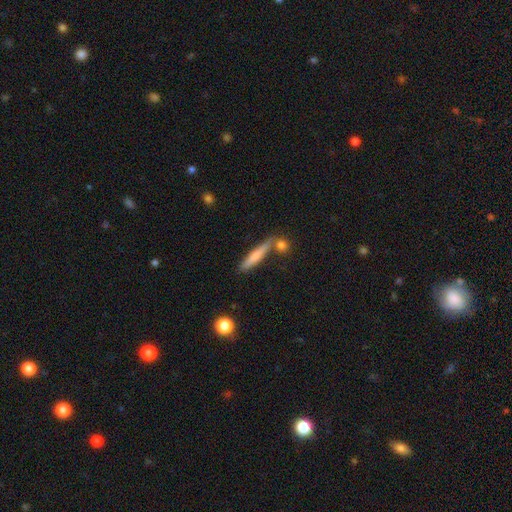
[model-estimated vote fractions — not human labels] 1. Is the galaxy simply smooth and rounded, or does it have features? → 68% smooth, 25% featured or disk, 6% star or artifact.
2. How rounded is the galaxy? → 89% cigar-shaped, 9% in between, 2% round.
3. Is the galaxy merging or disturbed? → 72% none, 12% merger, 12% minor disturbance, 3% major disturbance.